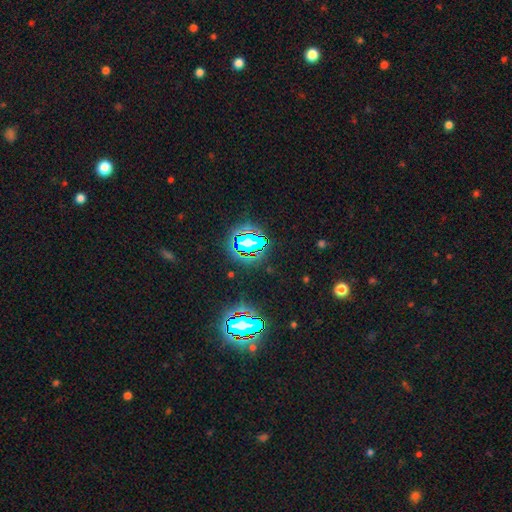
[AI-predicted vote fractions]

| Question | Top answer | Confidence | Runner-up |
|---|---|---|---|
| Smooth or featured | star or artifact | 83% | smooth (10%) |